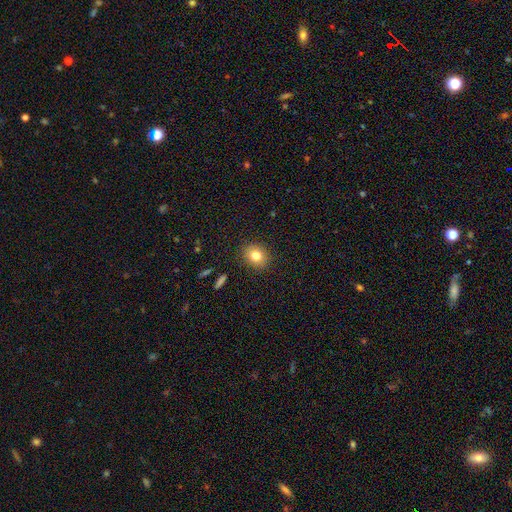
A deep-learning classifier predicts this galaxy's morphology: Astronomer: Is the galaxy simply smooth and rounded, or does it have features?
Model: smooth — 80%.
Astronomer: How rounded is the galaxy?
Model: round — 62%.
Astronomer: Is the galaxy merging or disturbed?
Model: none — 89%.